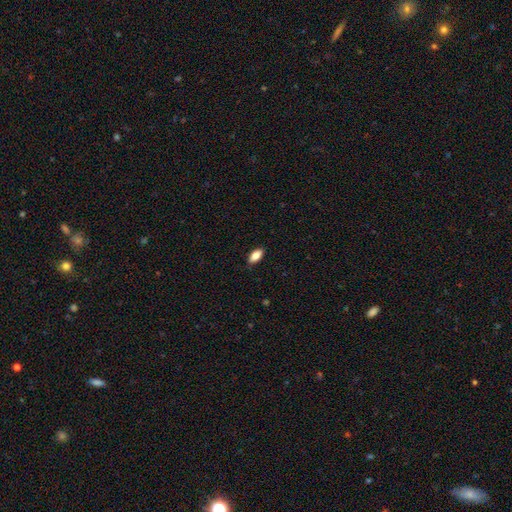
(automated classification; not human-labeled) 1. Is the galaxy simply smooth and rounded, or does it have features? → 81% smooth, 11% featured or disk, 7% star or artifact.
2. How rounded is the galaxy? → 87% in between, 10% cigar-shaped, 3% round.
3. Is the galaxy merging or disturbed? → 87% none, 10% minor disturbance, 2% major disturbance, 1% merger.